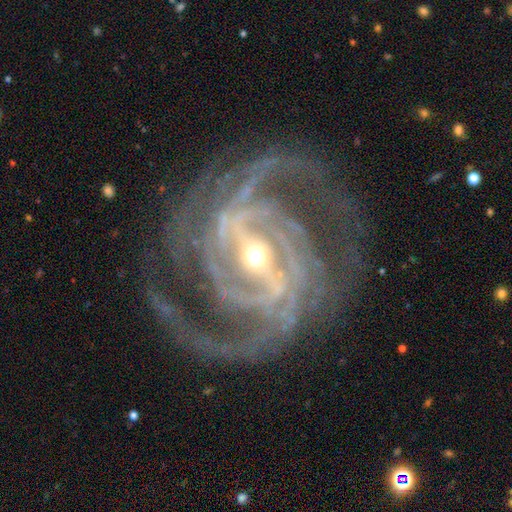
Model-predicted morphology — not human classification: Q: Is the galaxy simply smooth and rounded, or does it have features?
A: featured or disk — 94%.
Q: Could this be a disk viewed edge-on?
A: no — 98%.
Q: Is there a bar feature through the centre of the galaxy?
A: strong — 64%.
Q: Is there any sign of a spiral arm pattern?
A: yes — 99%.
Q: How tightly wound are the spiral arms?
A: tight — 48%.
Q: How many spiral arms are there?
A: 2 — 31%.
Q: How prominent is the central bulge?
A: small — 51%.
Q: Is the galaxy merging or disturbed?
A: none — 71%.